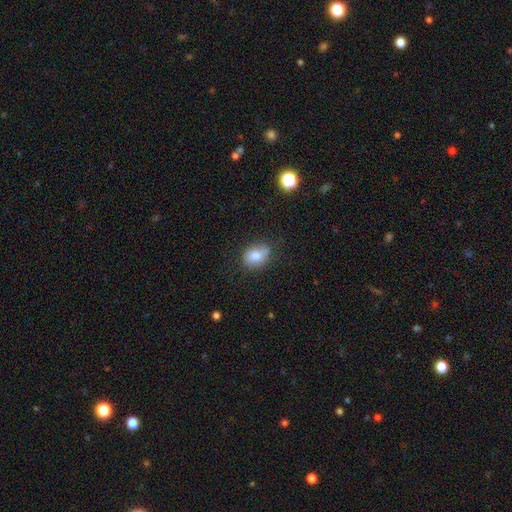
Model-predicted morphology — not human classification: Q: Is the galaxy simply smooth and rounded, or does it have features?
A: smooth — 79%.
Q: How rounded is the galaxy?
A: in between — 65%.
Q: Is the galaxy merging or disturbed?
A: none — 65%.